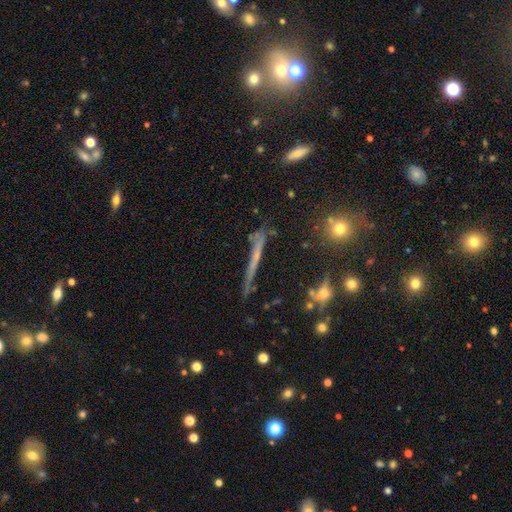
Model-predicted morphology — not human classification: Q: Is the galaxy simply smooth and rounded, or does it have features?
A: featured or disk — 49%.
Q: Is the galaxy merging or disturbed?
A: none — 65%.